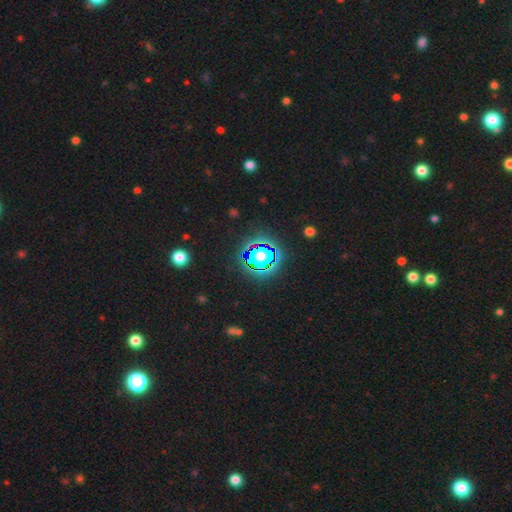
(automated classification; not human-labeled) This is likely a star or artifact rather than a galaxy (72%).